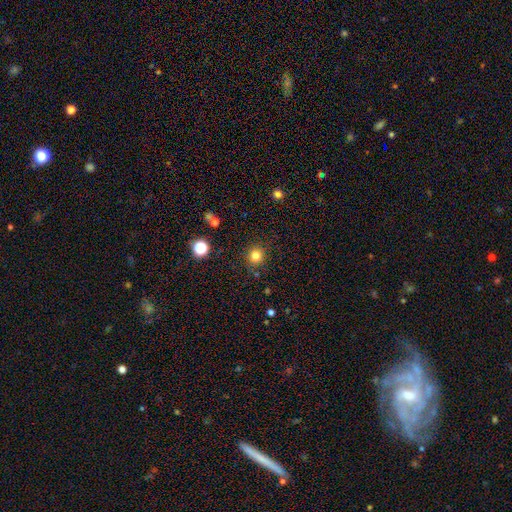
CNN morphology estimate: A smooth galaxy with no disk features (81%) that is round (90%).

Vote fractions:
- Smooth or featured? smooth: 81% / star or artifact: 13% / featured or disk: 6%
- How rounded? round: 90% / in between: 9% / cigar-shaped: 1%
- Merging? none: 87% / minor disturbance: 8% / major disturbance: 3% / merger: 2%